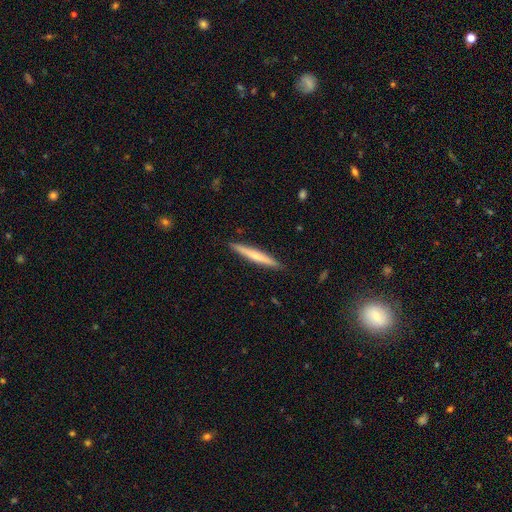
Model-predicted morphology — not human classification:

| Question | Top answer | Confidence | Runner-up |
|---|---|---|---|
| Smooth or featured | smooth | 53% | featured or disk (42%) |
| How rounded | cigar-shaped | 96% | in between (3%) |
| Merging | none | 91% | minor disturbance (7%) |